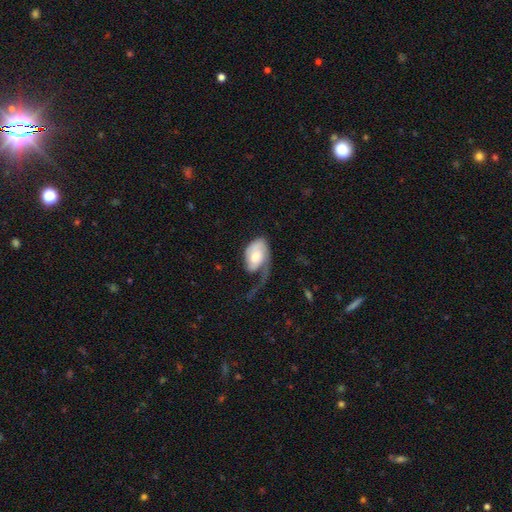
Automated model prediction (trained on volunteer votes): The model was most divided on "smooth or featured": featured or disk: 54%, smooth: 41%, star or artifact: 5%. More confident: edge-on disk — no (96%); spiral arms — yes (78%); bar — no (71%); merging — major disturbance (57%); bulge size — moderate (50%).